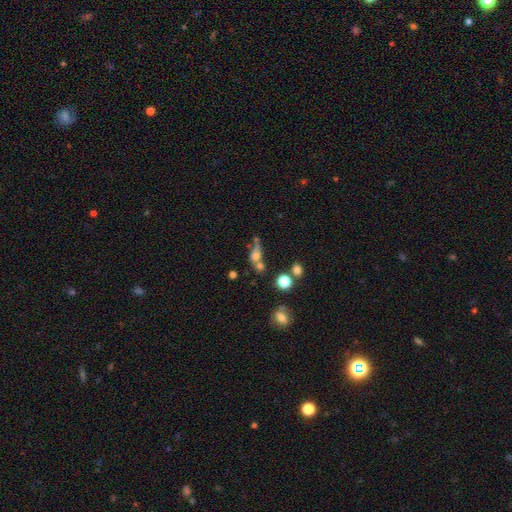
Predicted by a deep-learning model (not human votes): This is possibly a smooth galaxy (60%). How rounded: marginally in between (44%). Merging: marginally merger (41%).